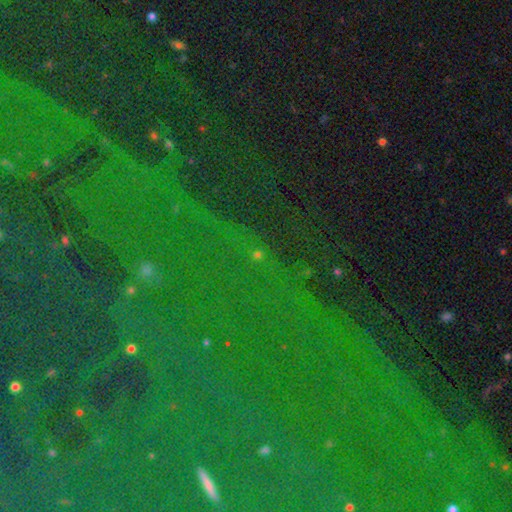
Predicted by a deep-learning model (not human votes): smooth_or_featured: star or artifact (p=0.85) [alt: smooth p=0.07]